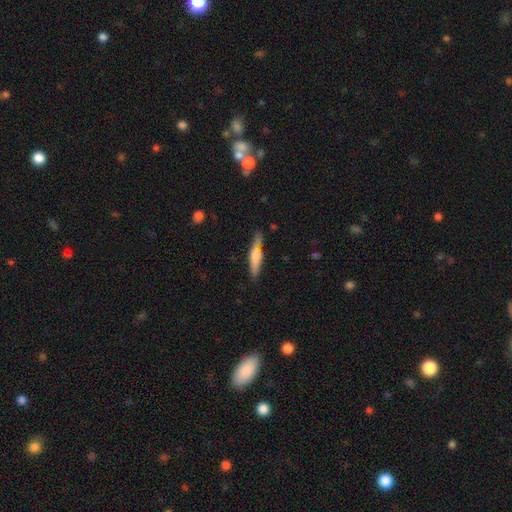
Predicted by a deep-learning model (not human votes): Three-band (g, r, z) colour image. It shows a smooth galaxy with no disk features (48%). Merging: none (76%).